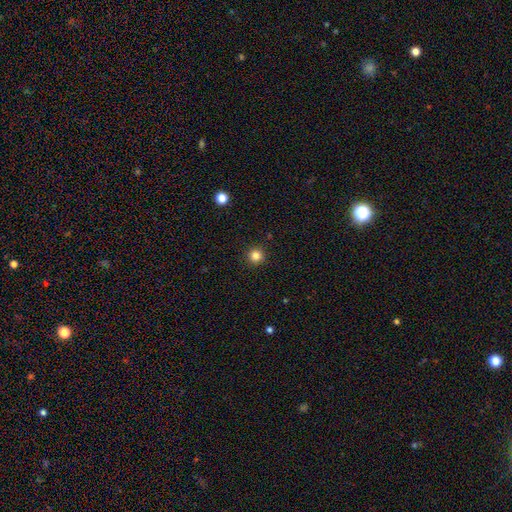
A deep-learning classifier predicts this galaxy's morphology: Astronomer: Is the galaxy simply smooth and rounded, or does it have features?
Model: smooth — 83%.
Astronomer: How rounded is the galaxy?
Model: round — 96%.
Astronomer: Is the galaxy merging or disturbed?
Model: none — 93%.